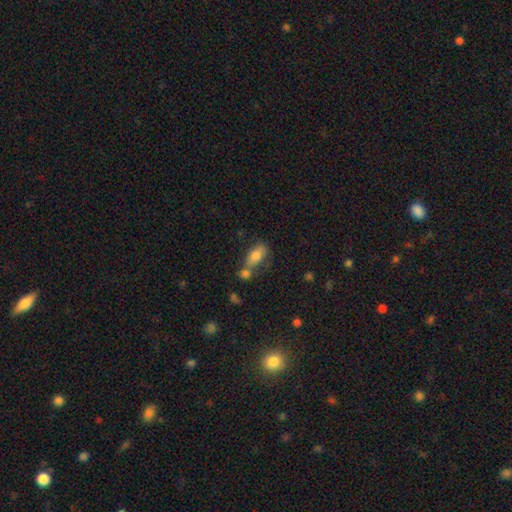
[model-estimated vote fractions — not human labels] This appears to be a smooth galaxy with no disk features (76%) that is in between round and cigar-shaped (85%). Merging: none (45%).